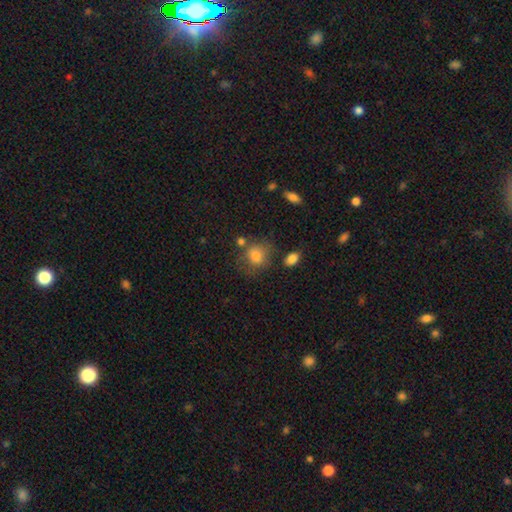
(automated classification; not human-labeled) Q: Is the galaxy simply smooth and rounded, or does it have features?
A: smooth — 80%.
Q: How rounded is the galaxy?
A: round — 68%.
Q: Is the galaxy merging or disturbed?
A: none — 60%.